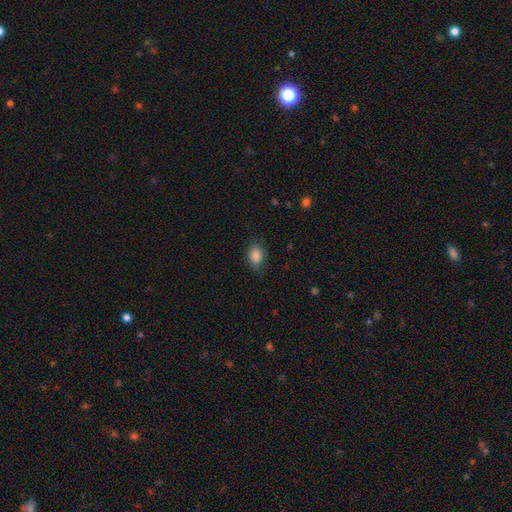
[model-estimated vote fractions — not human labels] Morphology: type=smooth (86%); roundness=in between (81%); merging=none (77%).